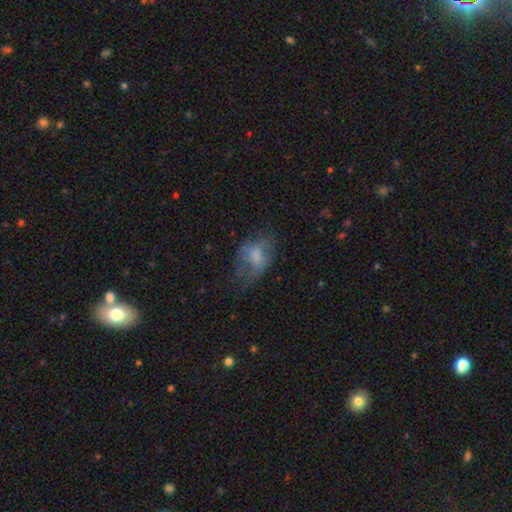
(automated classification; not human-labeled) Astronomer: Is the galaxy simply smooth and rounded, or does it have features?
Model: smooth — 54% (runner-up: featured or disk, 36%).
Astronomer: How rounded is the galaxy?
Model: in between — 83%.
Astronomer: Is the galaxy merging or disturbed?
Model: none — 37% (runner-up: major disturbance, 33%).